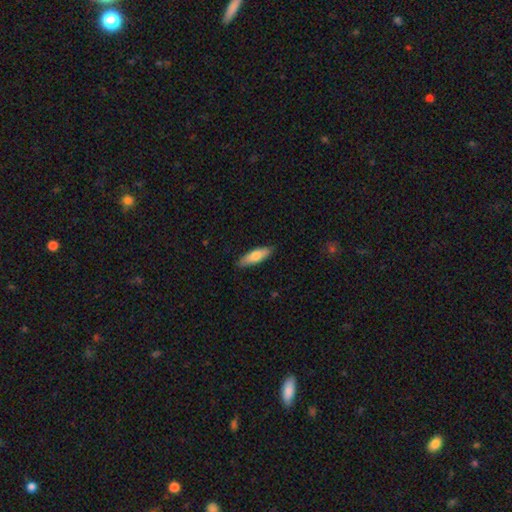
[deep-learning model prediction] smooth_or_featured: smooth (p=0.76) [alt: featured or disk p=0.19]
how_rounded: in between (p=0.51) [alt: cigar-shaped p=0.47]
merging: none (p=0.88) [alt: minor disturbance p=0.10]